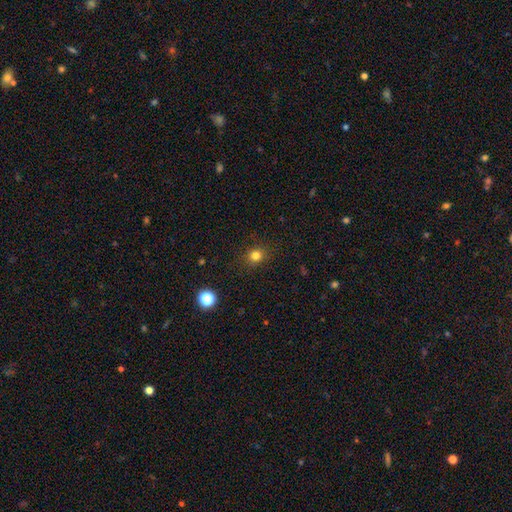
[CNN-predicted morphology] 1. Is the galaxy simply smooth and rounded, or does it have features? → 80% smooth, 15% star or artifact, 5% featured or disk.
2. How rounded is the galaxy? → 82% round, 17% in between, 1% cigar-shaped.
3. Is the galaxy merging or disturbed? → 88% none, 8% minor disturbance, 3% major disturbance, 1% merger.